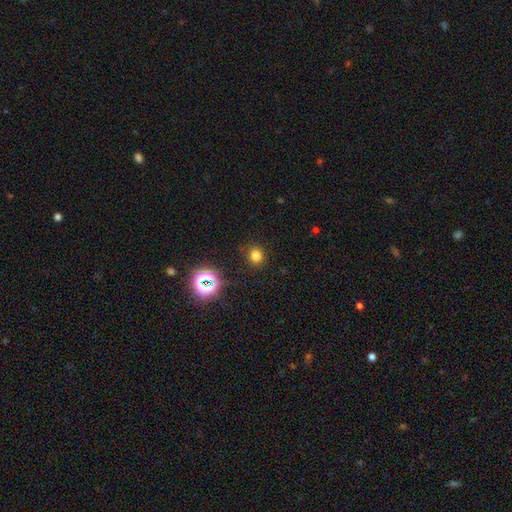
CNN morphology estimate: The model was most divided on "smooth or featured": smooth: 74%, star or artifact: 21%, featured or disk: 6%. More confident: merging — none (88%); how rounded — round (84%).